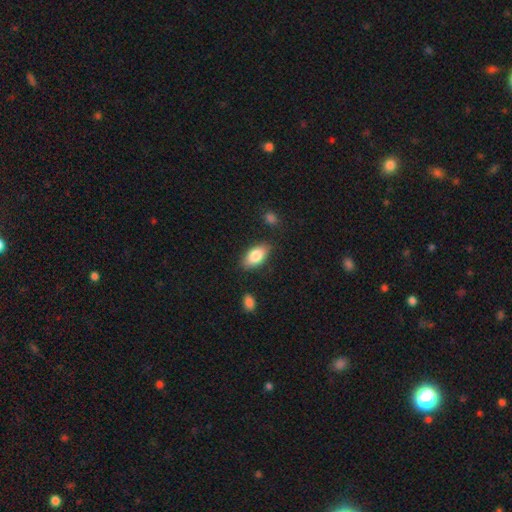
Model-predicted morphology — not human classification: Q: Smooth or featured?
A: smooth (82%); runner-up: featured or disk (12%)
Q: How rounded?
A: in between (91%); runner-up: cigar-shaped (5%)
Q: Merging?
A: none (82%); runner-up: minor disturbance (12%)